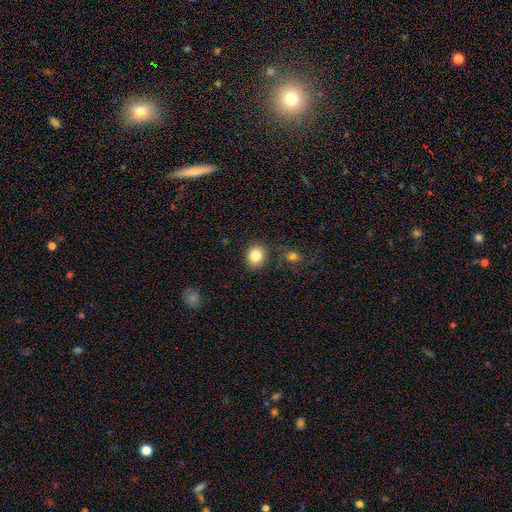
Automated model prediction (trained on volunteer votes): smooth_or_featured: smooth (p=0.84) [alt: star or artifact p=0.10]
how_rounded: round (p=0.76) [alt: in between p=0.23]
merging: none (p=0.84) [alt: minor disturbance p=0.09]